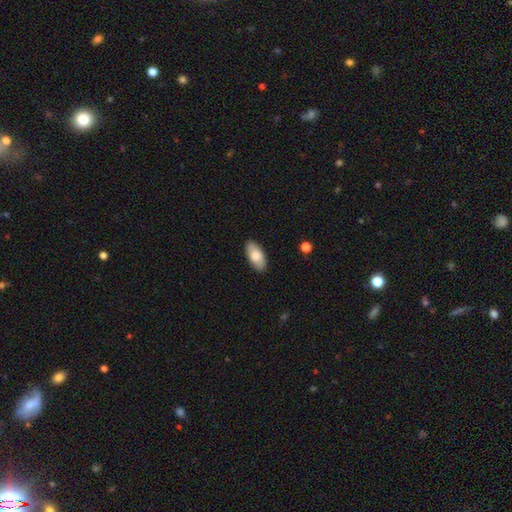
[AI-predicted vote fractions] smooth_or_featured: smooth (p=0.78) [alt: featured or disk p=0.16]
how_rounded: in between (p=0.92) [alt: cigar-shaped p=0.05]
merging: none (p=0.88) [alt: minor disturbance p=0.09]